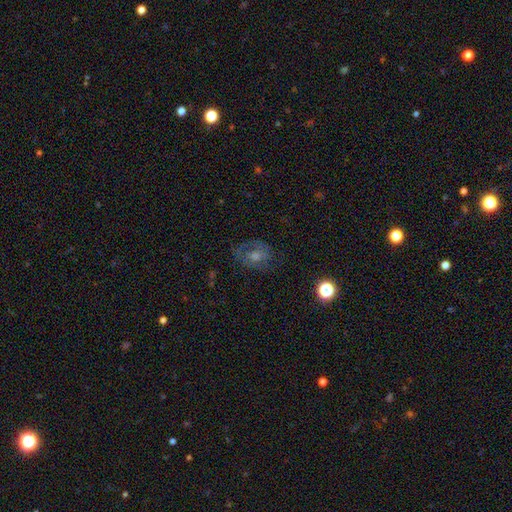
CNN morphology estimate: smooth_or_featured: smooth (p=0.44) [alt: featured or disk p=0.41]
merging: none (p=0.62) [alt: minor disturbance p=0.21]